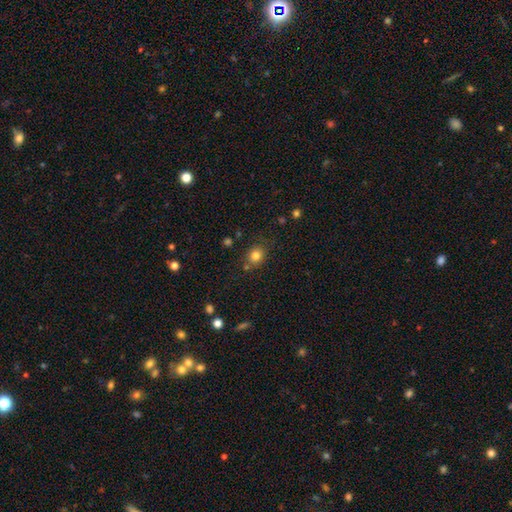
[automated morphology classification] This is clearly a smooth galaxy (81%). How rounded: likely round (75%). Merging: likely none (78%).